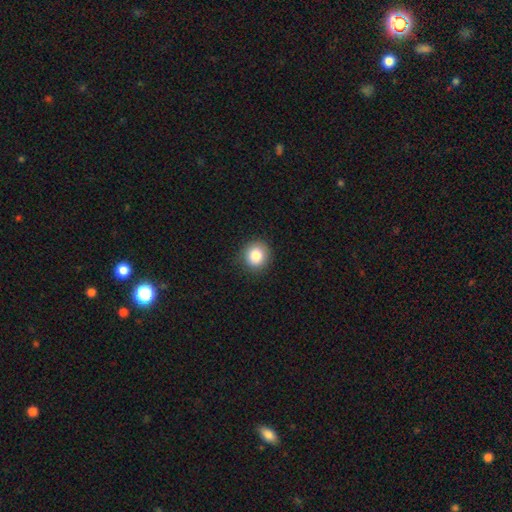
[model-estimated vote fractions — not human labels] Smooth or featured? smooth (84%)
How rounded? round (88%)
Merging? none (90%)